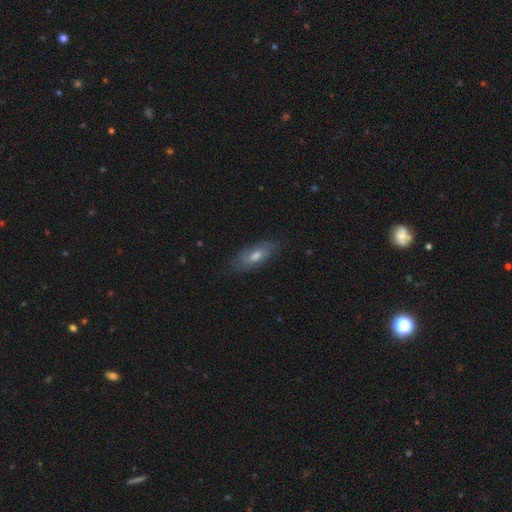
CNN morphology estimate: A smooth galaxy with no disk features (58%) that is in between round and cigar-shaped (66%).

Vote fractions:
- Smooth or featured? smooth: 58% / featured or disk: 34% / star or artifact: 8%
- How rounded? in between: 66% / cigar-shaped: 32% / round: 3%
- Merging? none: 79% / minor disturbance: 16% / major disturbance: 4% / merger: 1%